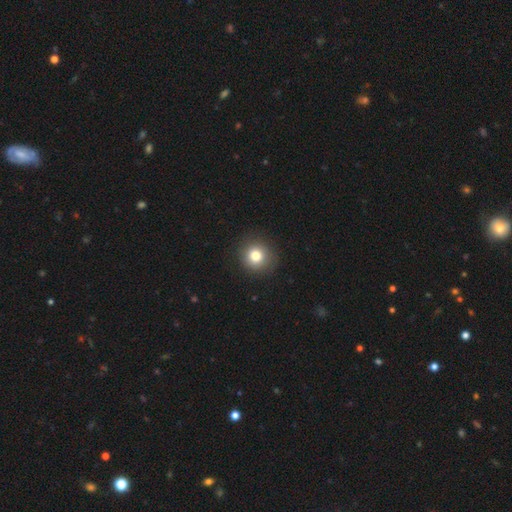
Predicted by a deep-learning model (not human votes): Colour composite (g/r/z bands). It shows a smooth galaxy with no disk features (80%) that is round (91%). Merging: none (90%).